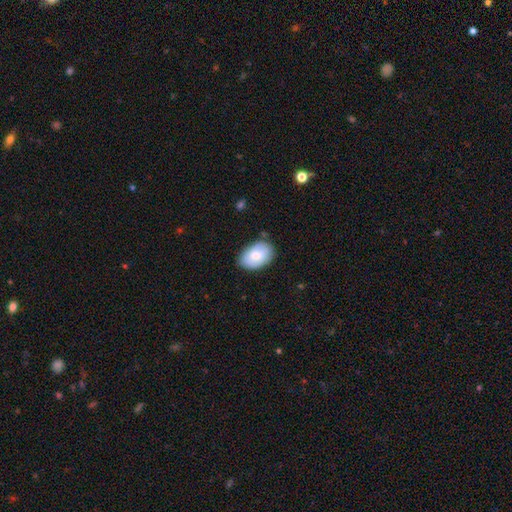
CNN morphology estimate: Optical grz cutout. It shows a smooth galaxy with no disk features (73%) that is in between round and cigar-shaped (88%). Merging: none (77%).